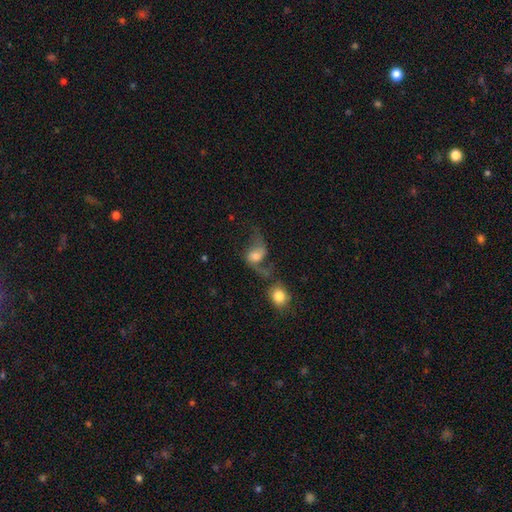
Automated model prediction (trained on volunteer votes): The model was most divided on "merging": merger: 35%, none: 26%, major disturbance: 25%, minor disturbance: 14%. Remaining: edge-on disk — no (97%); spiral arms — yes (83%); smooth or featured — featured or disk (57%); bar — no (53%); bulge size — moderate (50%).